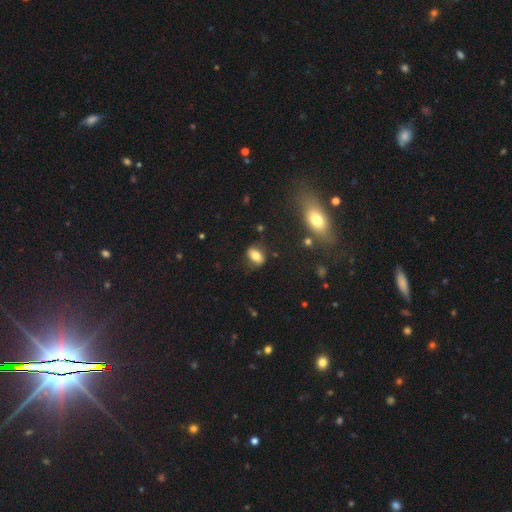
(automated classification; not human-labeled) Overall: smooth (77%). How rounded: in between (82%). Merging: none (78%).